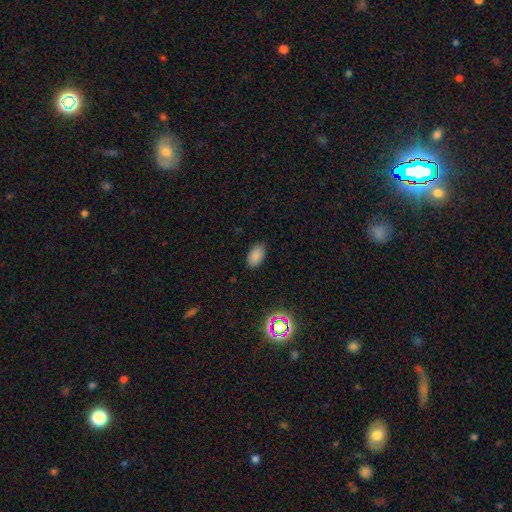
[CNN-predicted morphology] smooth-or-featured: smooth: 84% | star or artifact: 11% | featured or disk: 5%
  how-rounded: in between: 91% | round: 8% | cigar-shaped: 1%
  merging: none: 85% | minor disturbance: 11% | major disturbance: 3% | merger: 1%